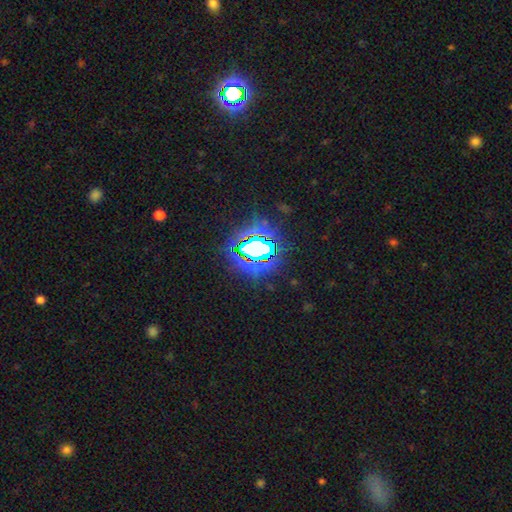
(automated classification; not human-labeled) The model was most divided on "smooth or featured": star or artifact: 72%, smooth: 16%, featured or disk: 12%.